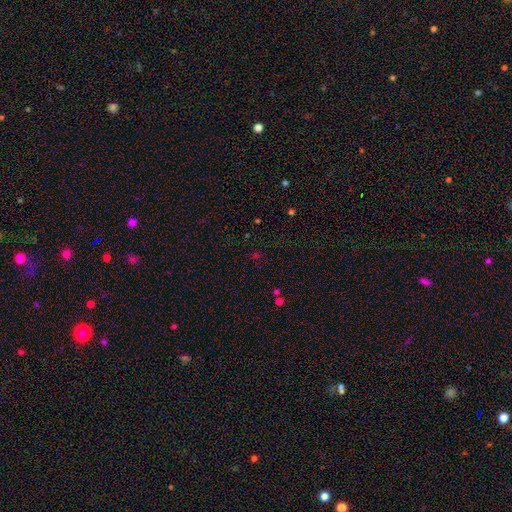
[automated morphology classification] A star or artifact, not a galaxy (61%).

Vote fractions:
- Smooth or featured? star or artifact: 61% / smooth: 31% / featured or disk: 8%